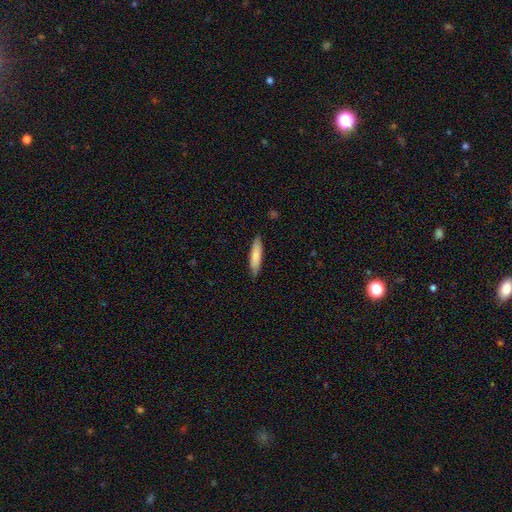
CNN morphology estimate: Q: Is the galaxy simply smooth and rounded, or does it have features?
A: smooth — 79%.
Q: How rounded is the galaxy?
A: cigar-shaped — 78%.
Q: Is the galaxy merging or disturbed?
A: none — 85%.